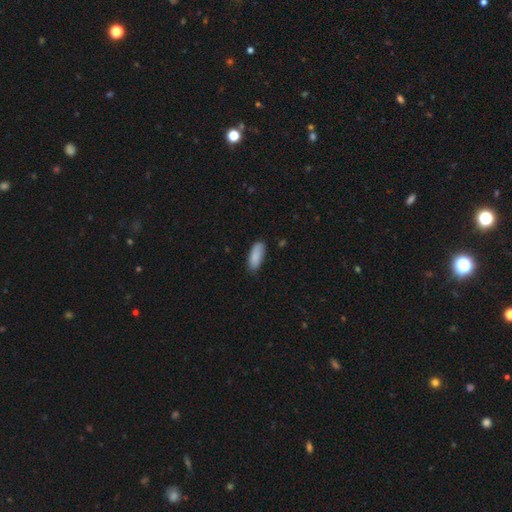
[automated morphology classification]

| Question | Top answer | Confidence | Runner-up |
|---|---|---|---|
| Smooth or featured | smooth | 87% | featured or disk (6%) |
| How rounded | in between | 79% | cigar-shaped (19%) |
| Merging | none | 78% | minor disturbance (18%) |